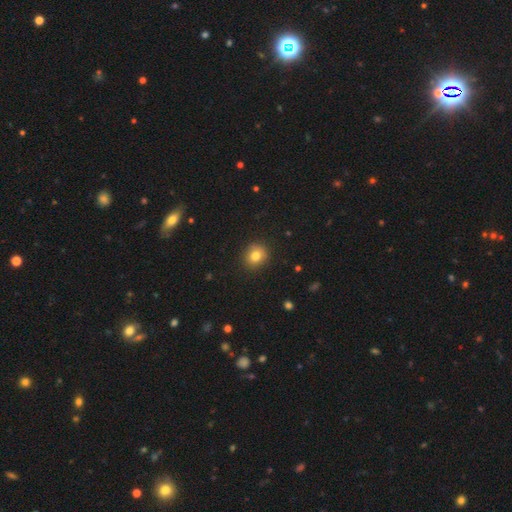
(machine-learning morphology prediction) smooth 81%, star or artifact 11%, featured or disk 8%. Down the decision tree: how rounded — round (80%); merging — none (86%).